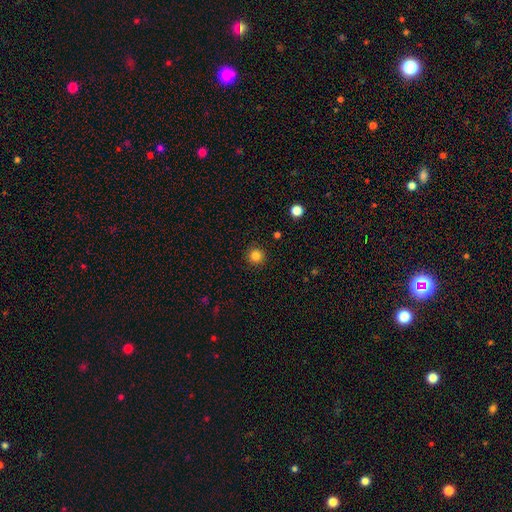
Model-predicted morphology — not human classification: This is clearly a smooth galaxy (84%). How rounded: clearly round (95%). Merging: clearly none (92%).